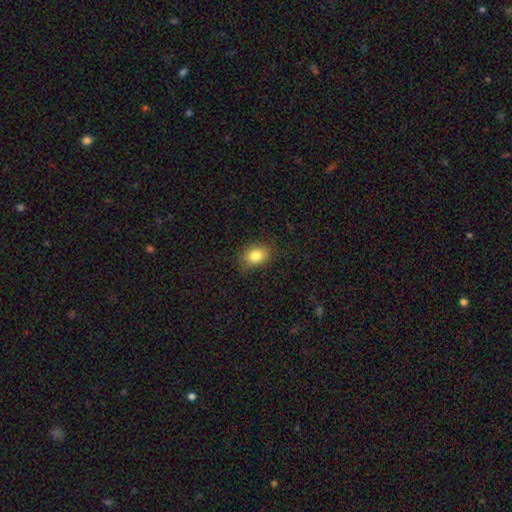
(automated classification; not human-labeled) Morphology: type=smooth (84%); roundness=in between (75%); merging=none (81%).